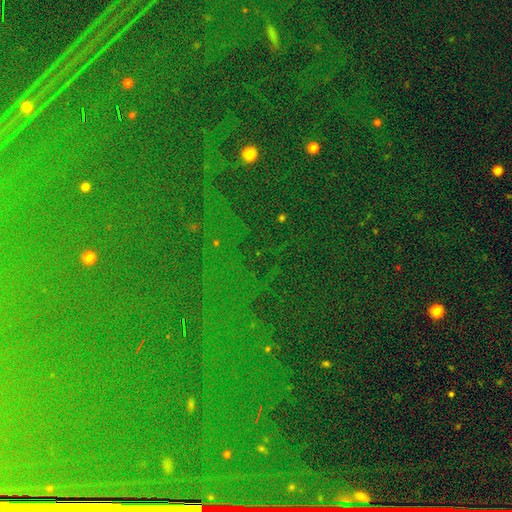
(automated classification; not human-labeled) smooth-or-featured: star or artifact: 87% | smooth: 7% | featured or disk: 6%